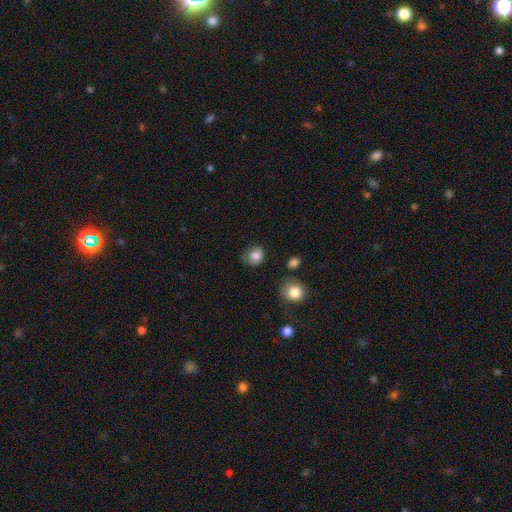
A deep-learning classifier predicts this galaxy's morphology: A smooth galaxy with no disk features (83%) that is round (64%). Merging: none (65%).